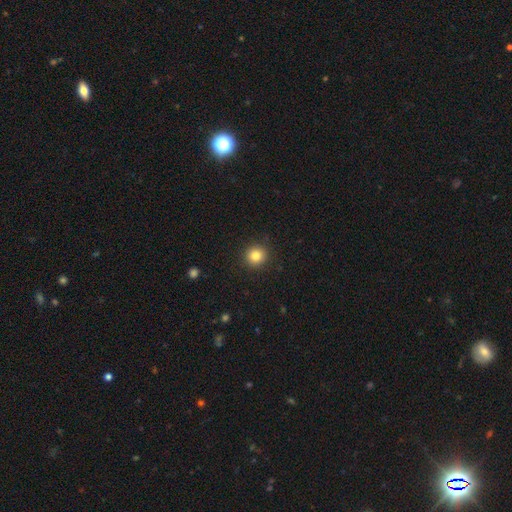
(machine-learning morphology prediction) smooth_or_featured: smooth (p=0.82) [alt: star or artifact p=0.11]
how_rounded: round (p=0.92) [alt: in between p=0.07]
merging: none (p=0.91) [alt: minor disturbance p=0.06]